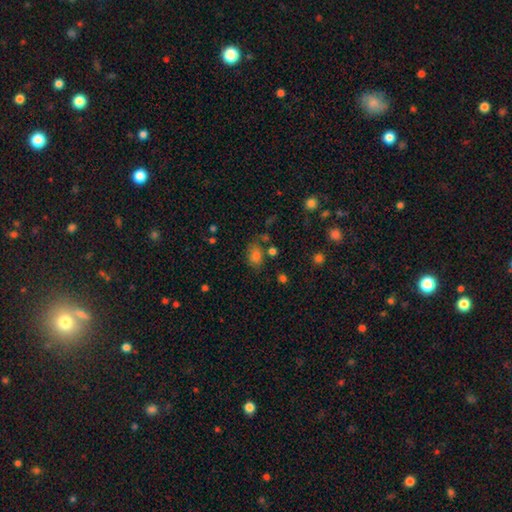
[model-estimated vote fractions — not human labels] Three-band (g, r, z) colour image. It shows a smooth galaxy with no disk features (71%) that is in between round and cigar-shaped (73%). Merging: none (66%).